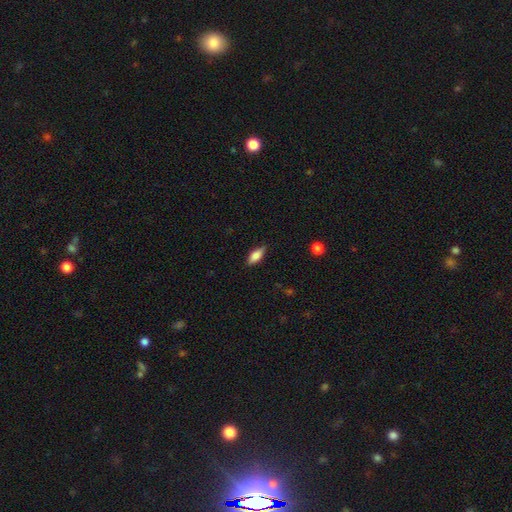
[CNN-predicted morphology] Q: Smooth or featured?
A: smooth (77%); runner-up: featured or disk (16%)
Q: How rounded?
A: in between (77%); runner-up: cigar-shaped (21%)
Q: Merging?
A: none (84%); runner-up: minor disturbance (12%)